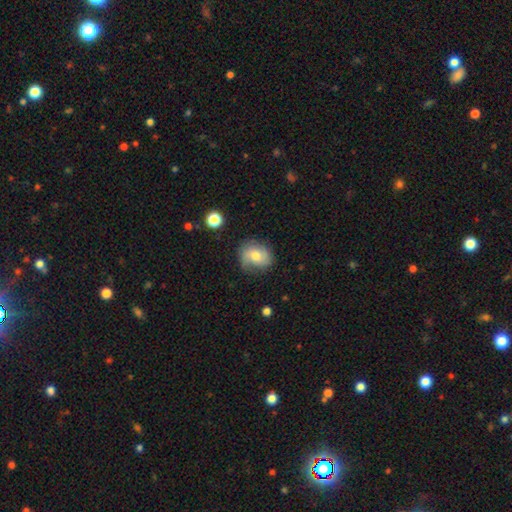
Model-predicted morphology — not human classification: type=smooth (50%); merging=none (67%).